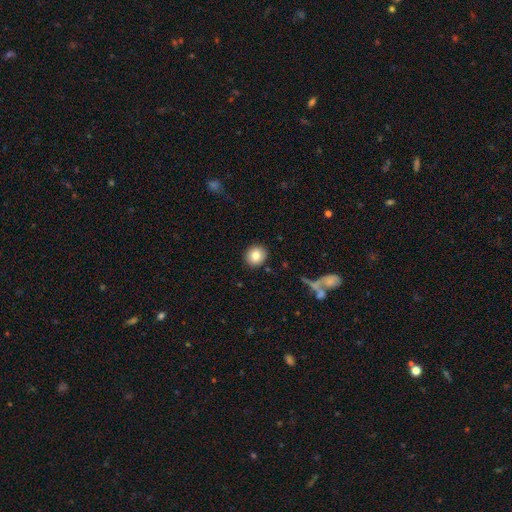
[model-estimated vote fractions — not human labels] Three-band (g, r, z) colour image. It shows a smooth galaxy with no disk features (82%) that is round (82%). Merging: none (89%).